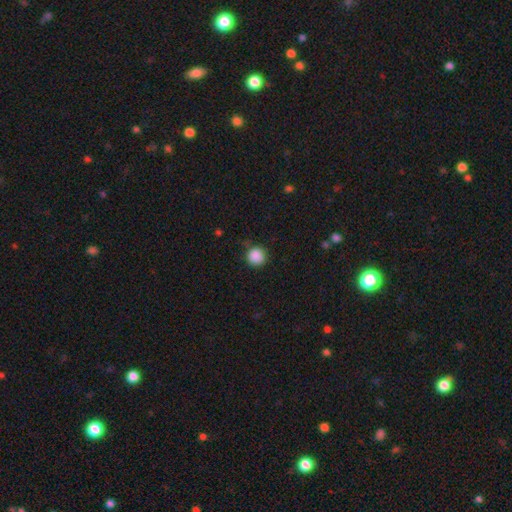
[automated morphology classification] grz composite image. It shows a smooth galaxy with no disk features (87%) that is round (93%). Merging: none (81%).